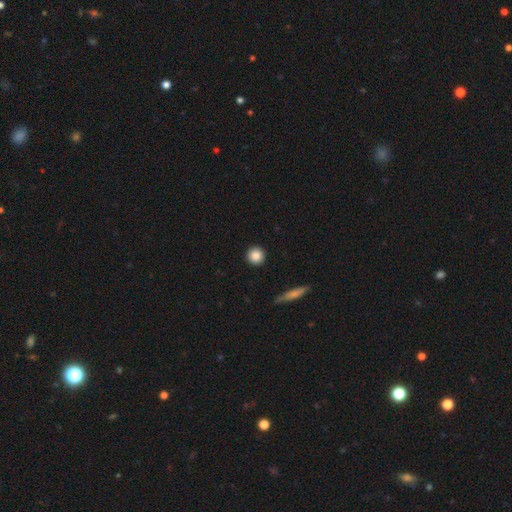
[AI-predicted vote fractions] This appears to be a smooth galaxy with no disk features (86%) that is round (95%). Merging: none (92%).